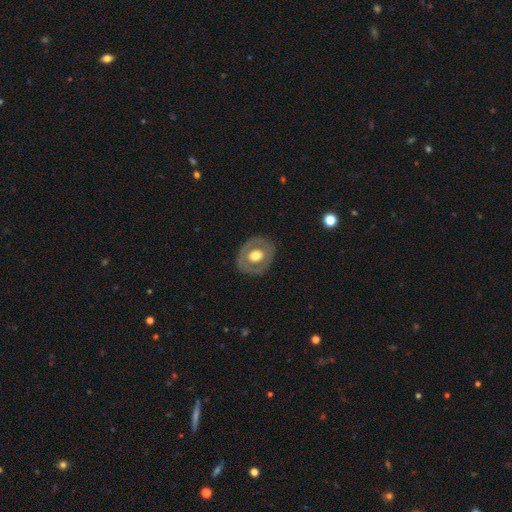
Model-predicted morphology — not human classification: Smooth or featured? featured or disk (49%)
Merging? none (83%)